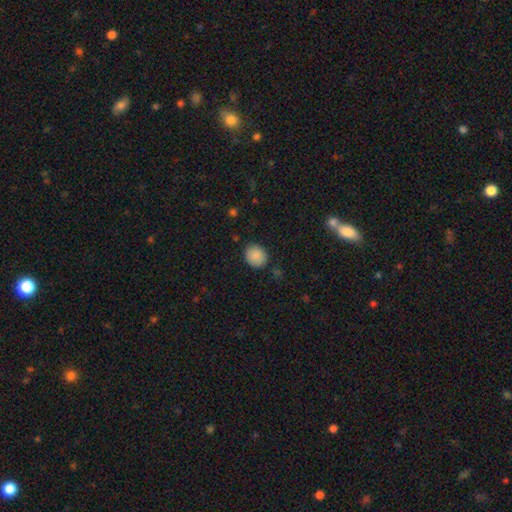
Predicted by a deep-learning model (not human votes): A smooth galaxy with no disk features (88%) that is round (75%).

Vote fractions:
- Smooth or featured? smooth: 88% / star or artifact: 8% / featured or disk: 4%
- How rounded? round: 75% / in between: 24% / cigar-shaped: 1%
- Merging? none: 85% / minor disturbance: 10% / major disturbance: 3% / merger: 2%